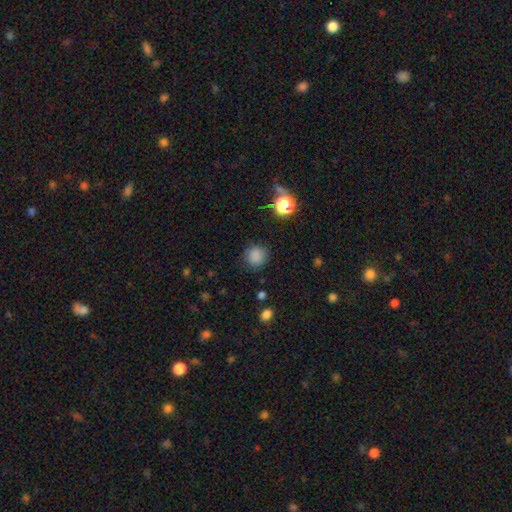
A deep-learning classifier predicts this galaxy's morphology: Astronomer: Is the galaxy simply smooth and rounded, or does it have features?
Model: smooth — 83%.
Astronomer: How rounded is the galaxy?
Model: round — 87%.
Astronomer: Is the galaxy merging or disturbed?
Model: none — 82%.